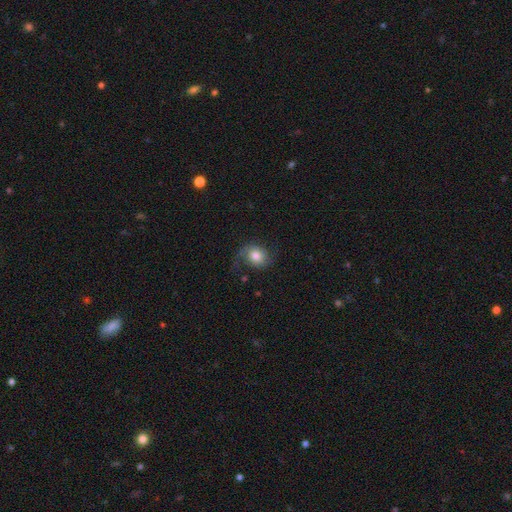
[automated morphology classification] Smooth or featured? smooth (52%)
How rounded? round (60%)
Merging? none (56%)